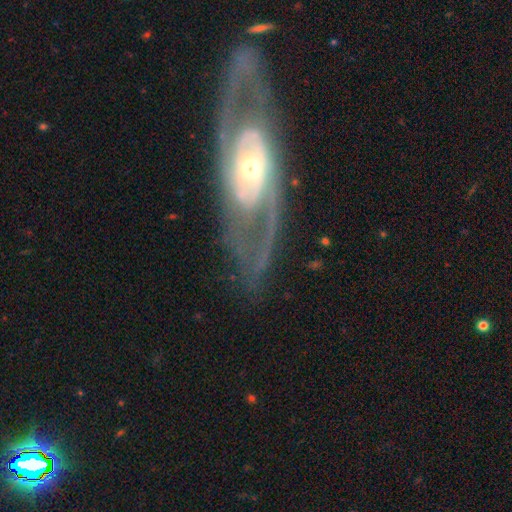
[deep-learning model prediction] Smooth or featured: featured or disk — 87% (smooth — 8%)
Edge-on disk: no — 88% (yes — 12%)
Bar: no — 55% (weak — 27%)
Spiral arms: yes — 89% (no — 11%)
Spiral winding: medium — 43% (tight — 42%)
Spiral arm count: 2 — 81% (can't tell — 10%)
Bulge size: small — 48% (moderate — 42%)
Merging: none — 81% (minor disturbance — 11%)